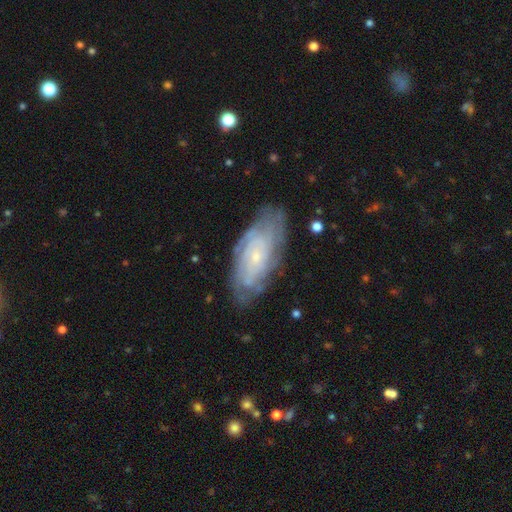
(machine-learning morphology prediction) Smooth or featured: featured or disk — 74% (smooth — 19%)
Edge-on disk: no — 91% (yes — 9%)
Bar: no — 79% (weak — 18%)
Spiral arms: yes — 88% (no — 12%)
Spiral winding: tight — 73% (medium — 21%)
Spiral arm count: can't tell — 57% (2 — 12%)
Bulge size: small — 81% (moderate — 13%)
Merging: none — 75% (minor disturbance — 19%)